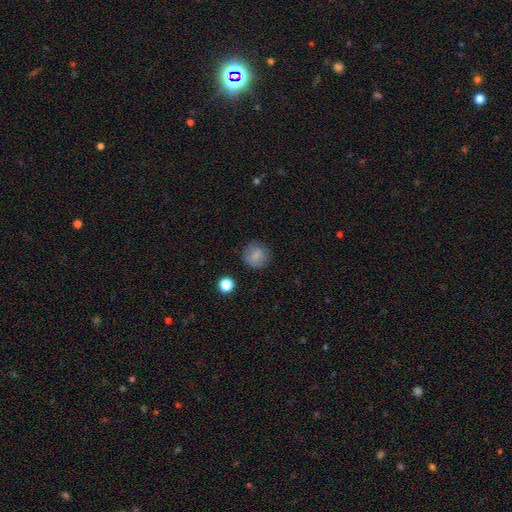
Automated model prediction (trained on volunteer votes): This is clearly a smooth galaxy (80%). How rounded: clearly round (89%). Merging: clearly none (84%).